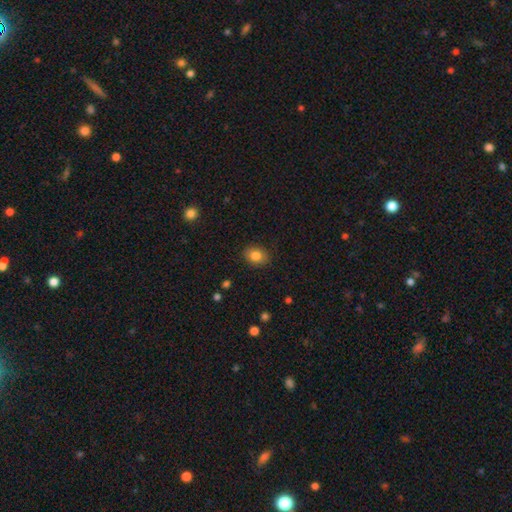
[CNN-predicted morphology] Smooth or featured: smooth — 83% (star or artifact — 9%)
How rounded: in between — 59% (round — 40%)
Merging: none — 88% (minor disturbance — 9%)